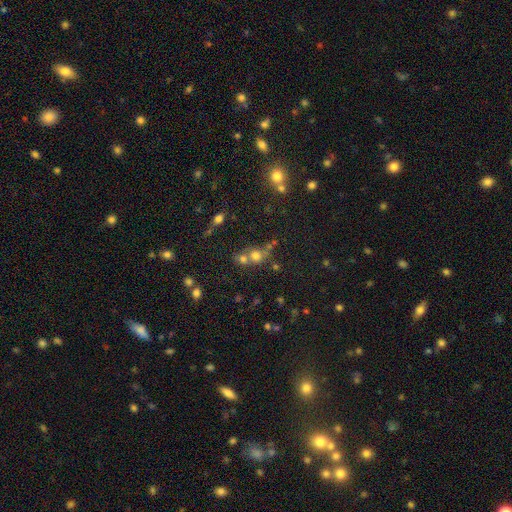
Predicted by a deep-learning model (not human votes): Smooth or featured?
  - smooth: 64% *
  - star or artifact: 22%
  - featured or disk: 14%
How rounded?
  - round: 82% *
  - in between: 16%
  - cigar-shaped: 1%
Merging?
  - merger: 47% *
  - none: 41%
  - minor disturbance: 8%
  - major disturbance: 5%